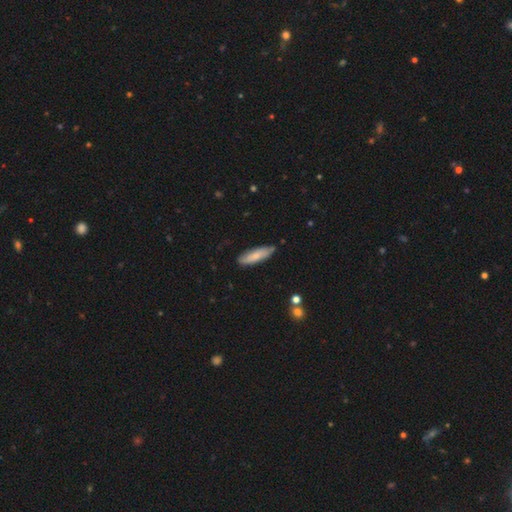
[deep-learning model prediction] A smooth galaxy with no disk features (74%) that is cigar-shaped (61%).

Vote fractions:
- Smooth or featured? smooth: 74% / featured or disk: 20% / star or artifact: 6%
- How rounded? cigar-shaped: 61% / in between: 38% / round: 2%
- Merging? none: 81% / minor disturbance: 15% / major disturbance: 2% / merger: 2%